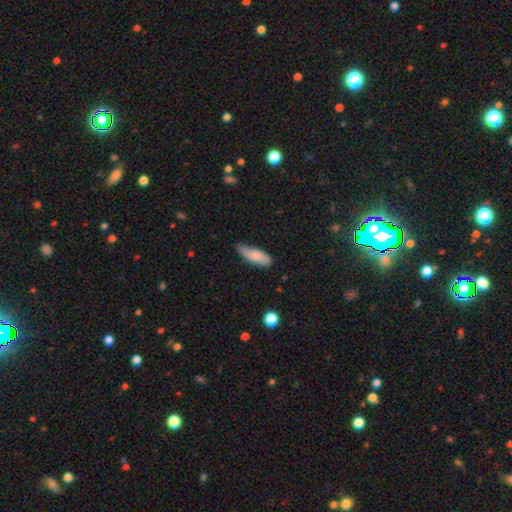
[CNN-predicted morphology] Smooth or featured? smooth (76%)
How rounded? in between (56%)
Merging? none (71%)